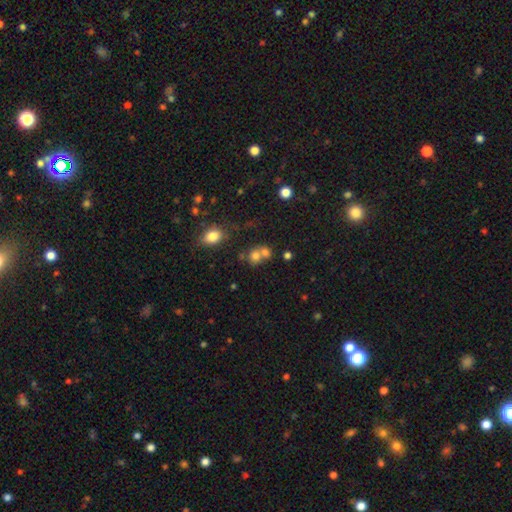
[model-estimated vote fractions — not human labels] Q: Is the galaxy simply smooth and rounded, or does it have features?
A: smooth — 72%.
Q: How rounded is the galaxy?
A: round — 74%.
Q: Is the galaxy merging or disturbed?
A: merger — 53%.